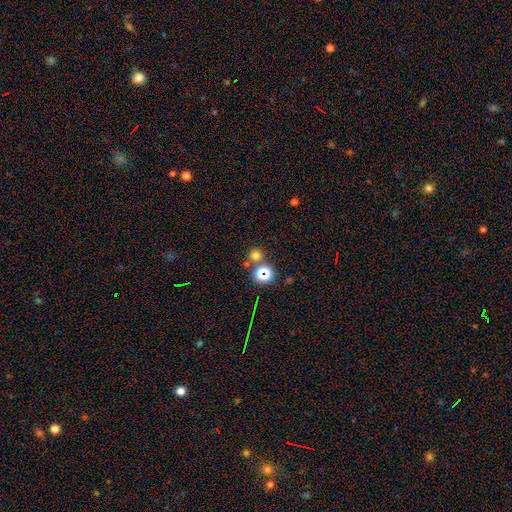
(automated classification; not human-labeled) Smooth or featured? Predicted: smooth (p=0.67). How rounded? Predicted: round (p=0.91). Merging? Predicted: none (p=0.73).